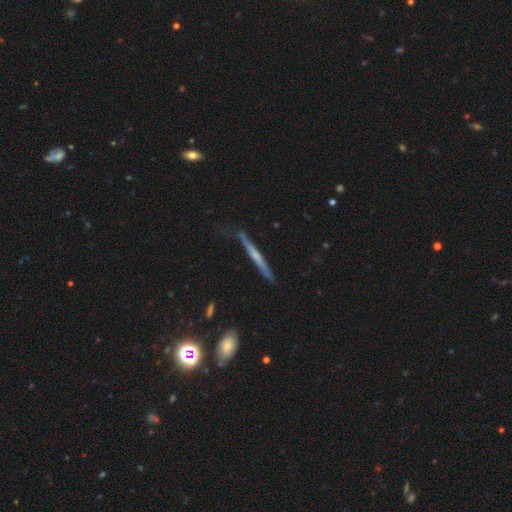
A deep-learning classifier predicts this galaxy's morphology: A featured or disk galaxy (62%) viewed edge-on (96%) with no central bulge (50%).

Vote fractions:
- Smooth or featured? featured or disk: 62% / smooth: 31% / star or artifact: 7%
- Edge-on disk? yes: 96% / no: 4%
- Edge-on bulge? none: 50% / rounded: 40% / boxy: 10%
- Merging? none: 78% / minor disturbance: 17% / major disturbance: 3% / merger: 2%